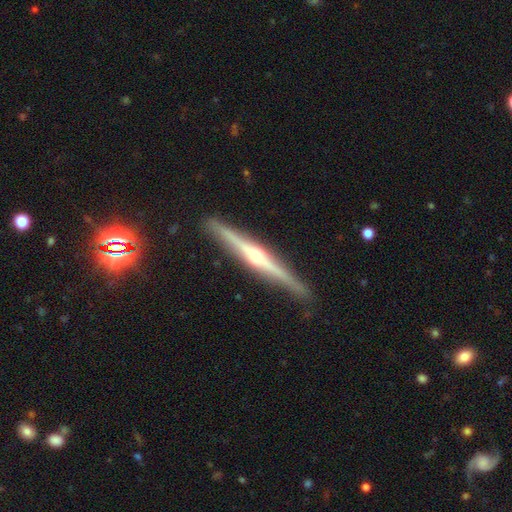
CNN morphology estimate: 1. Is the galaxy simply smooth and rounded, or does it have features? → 83% featured or disk, 11% smooth, 6% star or artifact.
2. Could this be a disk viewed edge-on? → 98% yes, 2% no.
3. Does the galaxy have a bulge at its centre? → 88% rounded, 7% none, 5% boxy.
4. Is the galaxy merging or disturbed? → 89% none, 8% minor disturbance, 1% major disturbance, 1% merger.